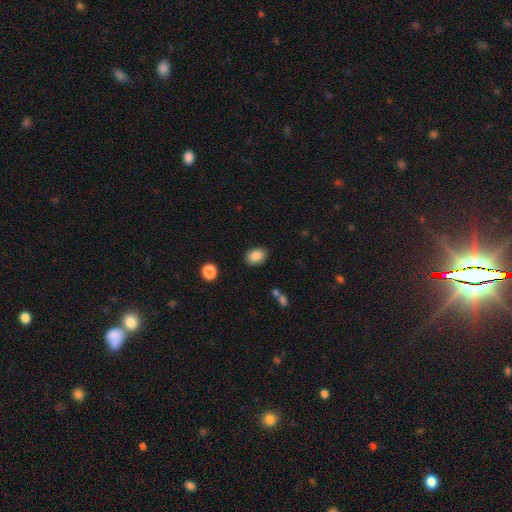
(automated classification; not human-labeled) Smooth or featured: smooth — 86% (star or artifact — 8%)
How rounded: in between — 75% (round — 24%)
Merging: none — 86% (minor disturbance — 10%)